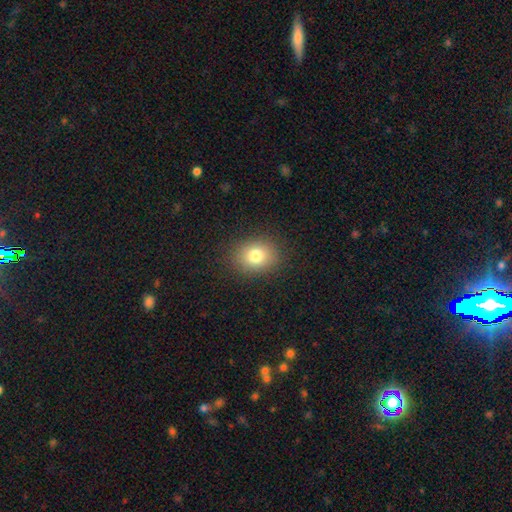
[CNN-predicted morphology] The model was most divided on "how rounded": round: 56%, in between: 43%, cigar-shaped: 1%. More confident: merging — none (88%); smooth or featured — smooth (80%).